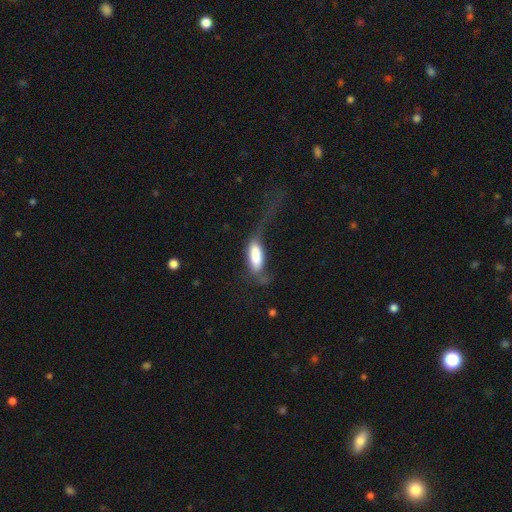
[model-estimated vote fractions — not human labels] Smooth or featured: smooth — 77% (featured or disk — 17%)
How rounded: in between — 73% (cigar-shaped — 25%)
Merging: major disturbance — 49% (minor disturbance — 24%)